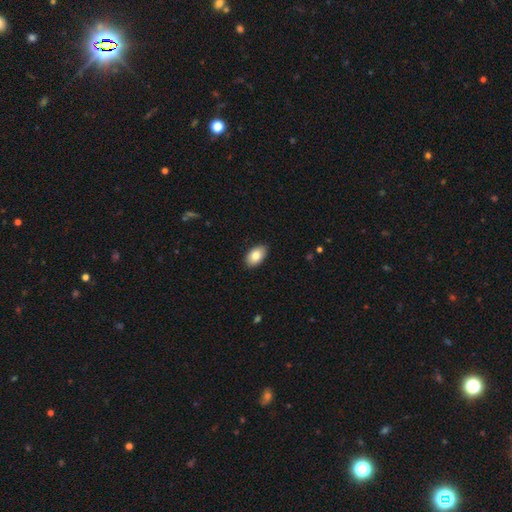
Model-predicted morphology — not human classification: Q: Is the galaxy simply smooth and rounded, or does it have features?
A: smooth — 82%.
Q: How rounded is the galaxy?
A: in between — 92%.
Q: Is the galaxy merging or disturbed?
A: none — 87%.